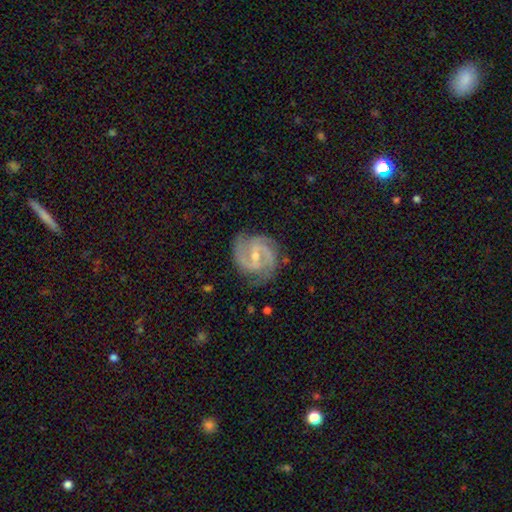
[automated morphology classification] This appears to be a featured or disk galaxy (90%) with a weak bar (51%), 2 (68%) medium (53%) spiral arms (98%) and a small central bulge (59%). Merging: none (76%).